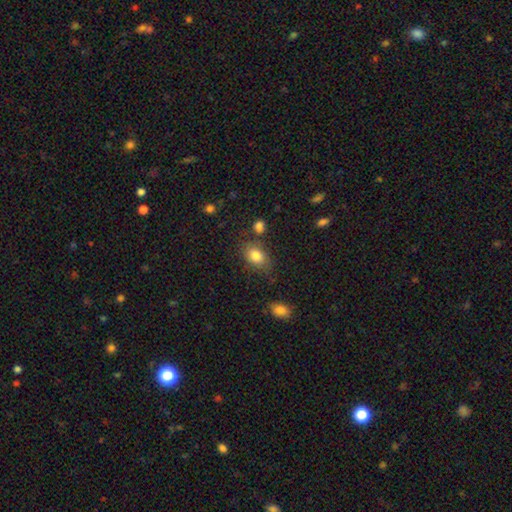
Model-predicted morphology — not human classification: Overall: smooth (82%). How rounded: in between (78%). Merging: none (73%).